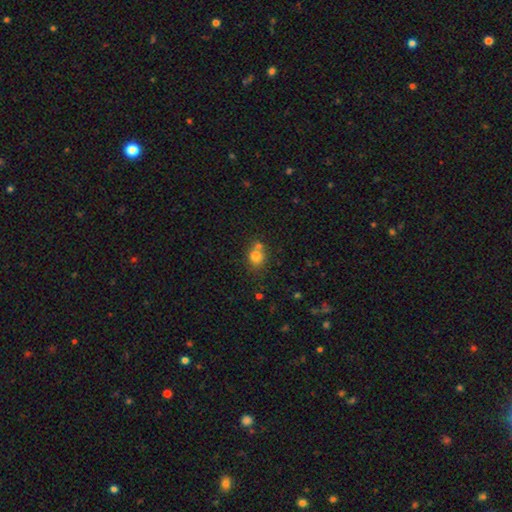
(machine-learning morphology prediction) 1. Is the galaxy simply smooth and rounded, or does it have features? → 78% smooth, 13% star or artifact, 9% featured or disk.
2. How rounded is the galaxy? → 71% round, 28% in between, 1% cigar-shaped.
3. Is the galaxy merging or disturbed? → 51% none, 33% merger, 12% minor disturbance, 4% major disturbance.